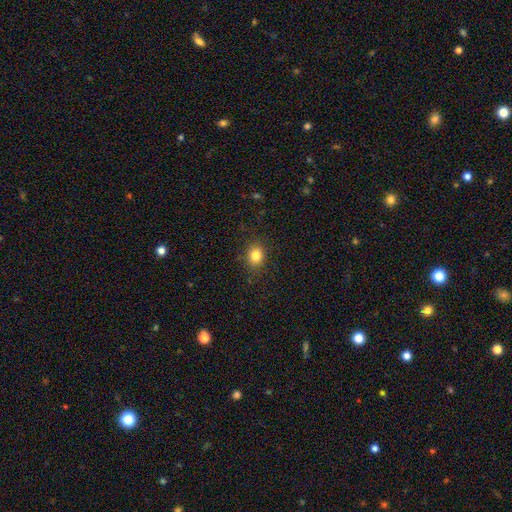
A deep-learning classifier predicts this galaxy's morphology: Smooth or featured?
  - smooth: 83% *
  - star or artifact: 11%
  - featured or disk: 6%
How rounded?
  - round: 54% *
  - in between: 45%
  - cigar-shaped: 1%
Merging?
  - none: 86% *
  - minor disturbance: 10%
  - major disturbance: 3%
  - merger: 1%